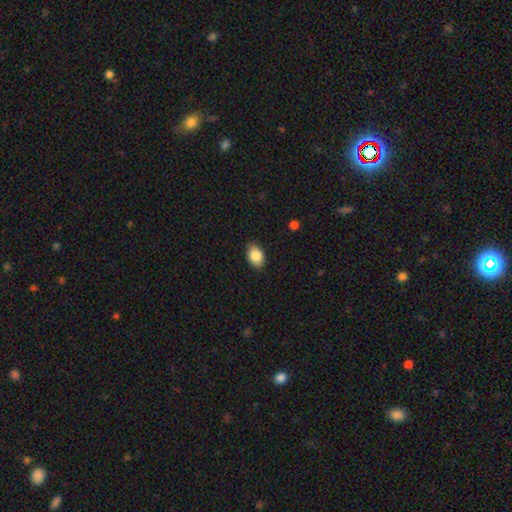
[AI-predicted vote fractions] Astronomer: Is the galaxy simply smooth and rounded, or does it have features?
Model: smooth — 86%.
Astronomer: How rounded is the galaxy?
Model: in between — 82%.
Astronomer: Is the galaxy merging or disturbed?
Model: none — 87%.